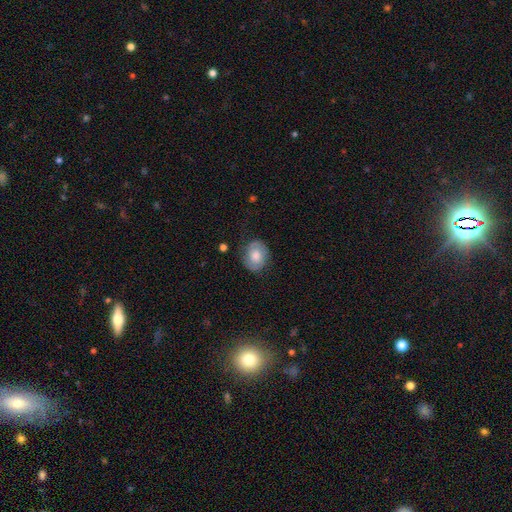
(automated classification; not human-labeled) Smooth or featured?
  - smooth: 61% *
  - featured or disk: 31%
  - star or artifact: 7%
How rounded?
  - in between: 51% *
  - round: 48%
  - cigar-shaped: 1%
Merging?
  - none: 75% *
  - minor disturbance: 18%
  - major disturbance: 6%
  - merger: 1%